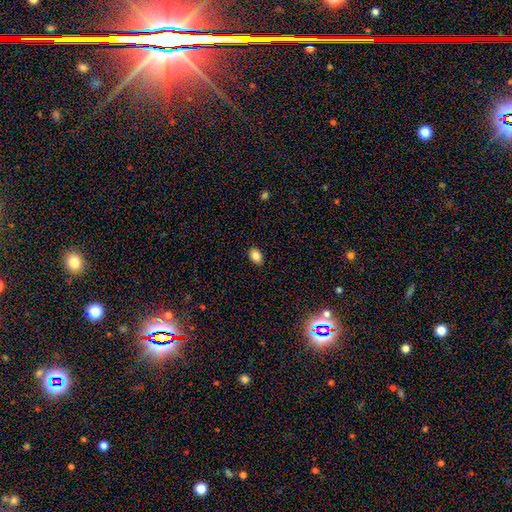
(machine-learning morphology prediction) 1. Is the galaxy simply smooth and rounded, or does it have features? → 85% smooth, 9% star or artifact, 6% featured or disk.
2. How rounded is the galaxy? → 77% in between, 21% round, 1% cigar-shaped.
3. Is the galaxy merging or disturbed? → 88% none, 9% minor disturbance, 2% major disturbance, 1% merger.